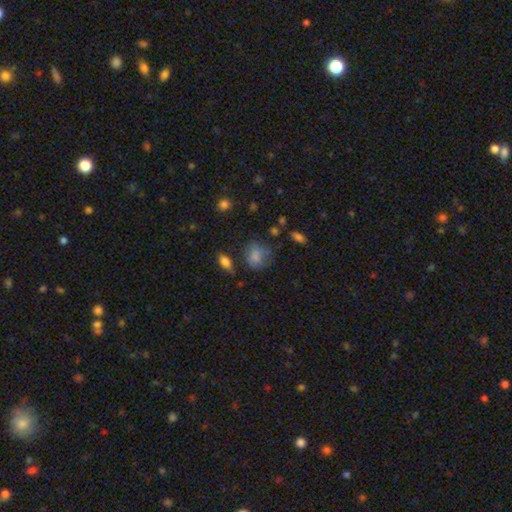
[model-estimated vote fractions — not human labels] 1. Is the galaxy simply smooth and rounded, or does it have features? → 79% smooth, 11% featured or disk, 11% star or artifact.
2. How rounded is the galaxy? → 54% round, 44% in between, 1% cigar-shaped.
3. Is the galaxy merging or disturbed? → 56% none, 26% minor disturbance, 12% major disturbance, 6% merger.